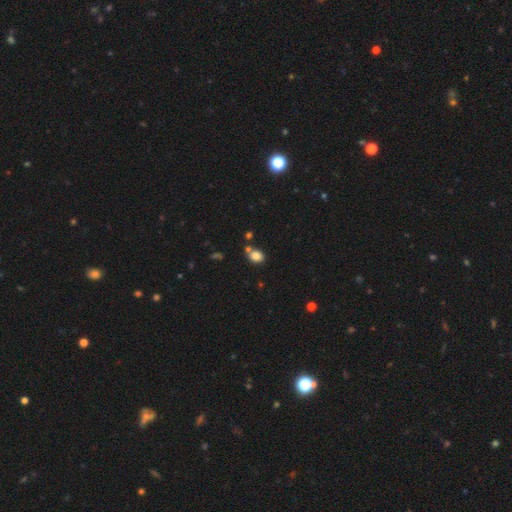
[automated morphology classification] Smooth or featured? smooth (83%)
How rounded? in between (53%)
Merging? none (59%)